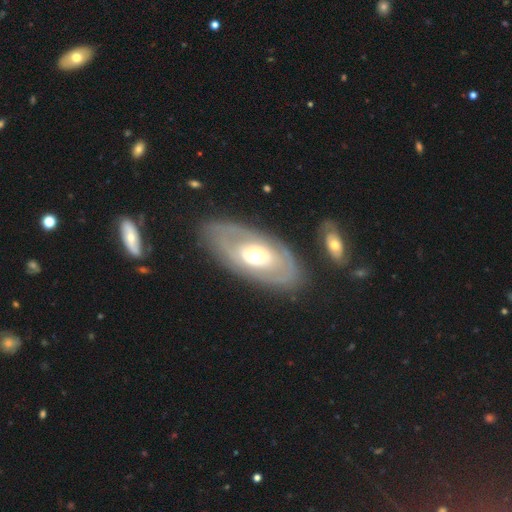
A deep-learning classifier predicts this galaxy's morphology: smooth-or-featured: featured or disk: 67% | smooth: 27% | star or artifact: 5%
  disk-edge-on: no: 89% | yes: 11%
    bar: no: 80% | weak: 14% | strong: 6%
    has-spiral-arms: no: 68% | yes: 32%
    bulge-size: moderate: 68% | large: 20% | small: 10% | dominant: 2% | none: 1%
  merging: none: 81% | minor disturbance: 11% | major disturbance: 5% | merger: 3%